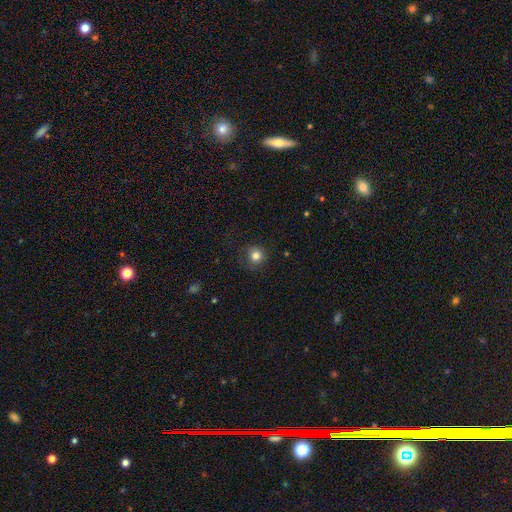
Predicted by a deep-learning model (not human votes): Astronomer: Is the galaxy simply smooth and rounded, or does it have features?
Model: smooth — 81%.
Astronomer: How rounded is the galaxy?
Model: round — 93%.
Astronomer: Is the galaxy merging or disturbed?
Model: none — 83%.